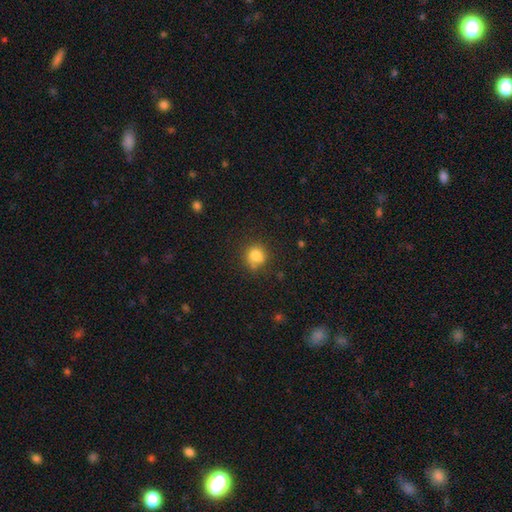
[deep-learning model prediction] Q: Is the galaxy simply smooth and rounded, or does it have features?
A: smooth — 78%.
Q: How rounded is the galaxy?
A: round — 76%.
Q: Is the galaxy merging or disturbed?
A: none — 57%.